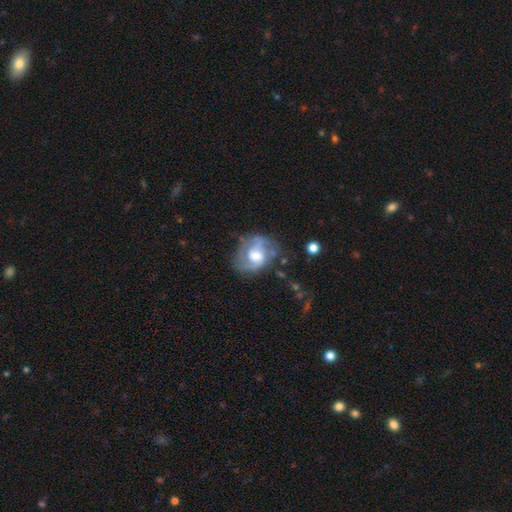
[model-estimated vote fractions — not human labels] Morphology: type=featured or disk (70%); edge-on=no (97%); bar=no (55%); spiral arms=yes (83%); winding=medium (47%); arm count=2 (71%); bulge=moderate (52%); merging=none (60%).